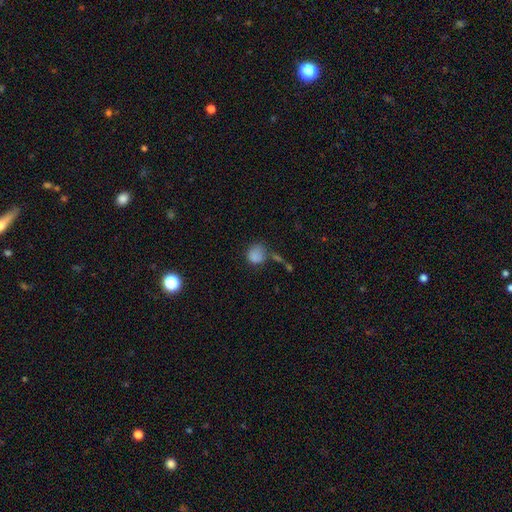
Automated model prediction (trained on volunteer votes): Morphology: type=smooth (80%); roundness=round (69%); merging=none (43%).